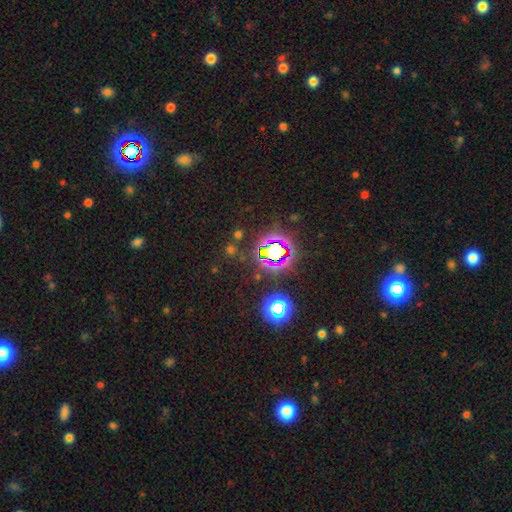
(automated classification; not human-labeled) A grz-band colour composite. It shows a star or artifact, not a galaxy (79%).